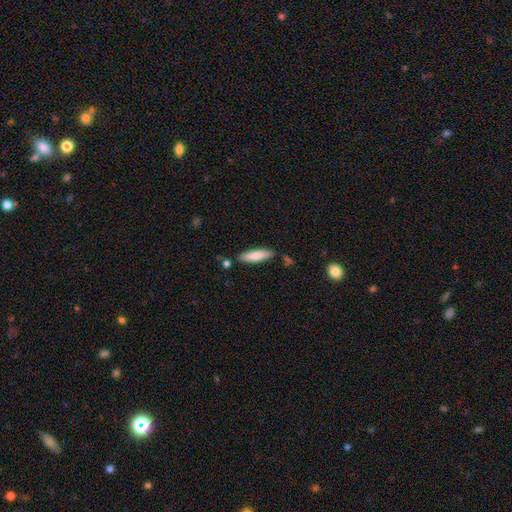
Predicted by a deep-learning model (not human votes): Smooth or featured: smooth — 77% (featured or disk — 17%)
How rounded: cigar-shaped — 68% (in between — 30%)
Merging: none — 81% (minor disturbance — 12%)